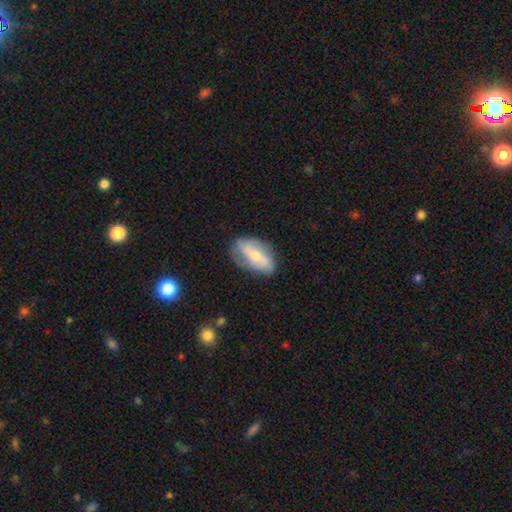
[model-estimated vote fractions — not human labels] Smooth or featured? Predicted: featured or disk (p=0.55). Edge-on disk? Predicted: no (p=0.89). Merging? Predicted: none (p=0.71).